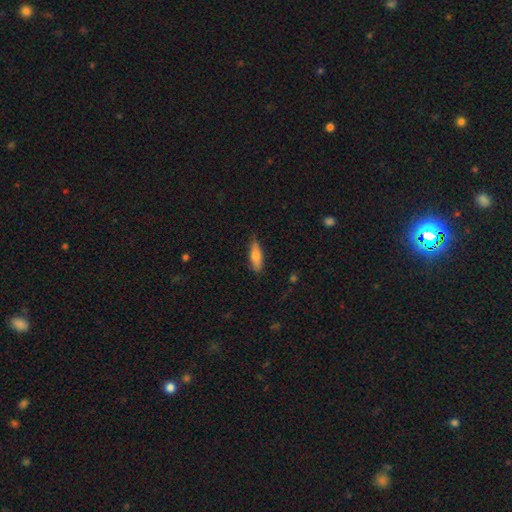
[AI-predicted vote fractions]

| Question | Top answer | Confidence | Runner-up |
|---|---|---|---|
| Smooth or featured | smooth | 73% | featured or disk (20%) |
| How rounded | cigar-shaped | 52% | in between (46%) |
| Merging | none | 78% | minor disturbance (18%) |